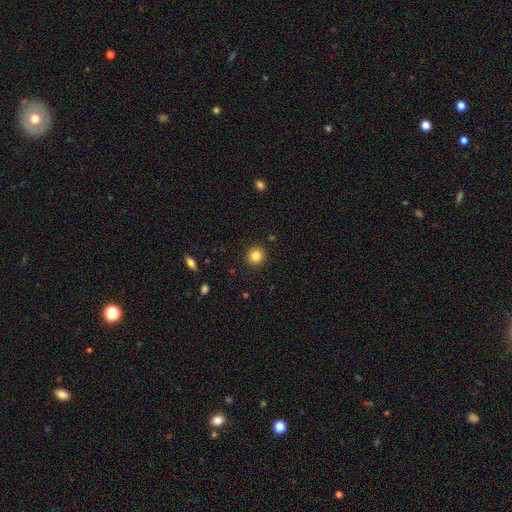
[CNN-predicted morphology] This is clearly a smooth galaxy (84%). How rounded: clearly round (92%). Merging: clearly none (92%).